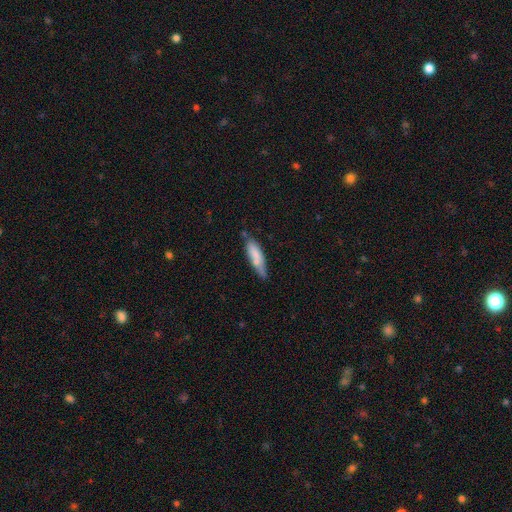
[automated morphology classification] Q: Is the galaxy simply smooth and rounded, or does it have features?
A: smooth — 73%.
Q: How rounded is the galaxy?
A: cigar-shaped — 61%.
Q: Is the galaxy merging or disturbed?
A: none — 55%.